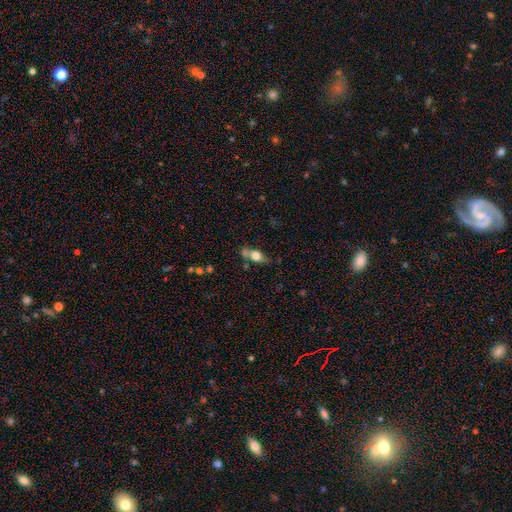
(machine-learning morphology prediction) This appears to be a smooth galaxy with no disk features (67%) that is in between round and cigar-shaped (69%). Merging: none (49%).